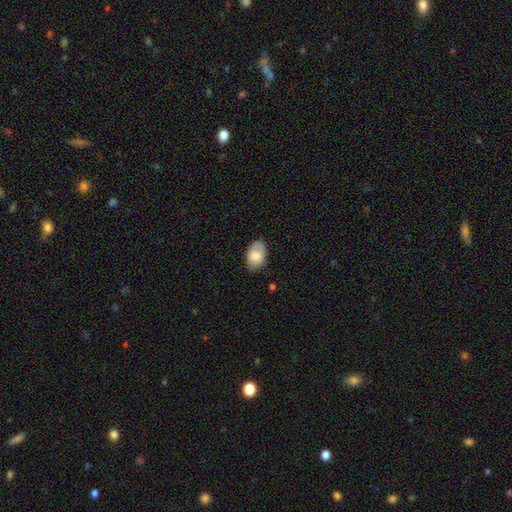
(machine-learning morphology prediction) Smooth or featured?
  - smooth: 80% *
  - featured or disk: 13%
  - star or artifact: 7%
How rounded?
  - in between: 90% *
  - round: 8%
  - cigar-shaped: 1%
Merging?
  - none: 73% *
  - minor disturbance: 21%
  - major disturbance: 5%
  - merger: 1%